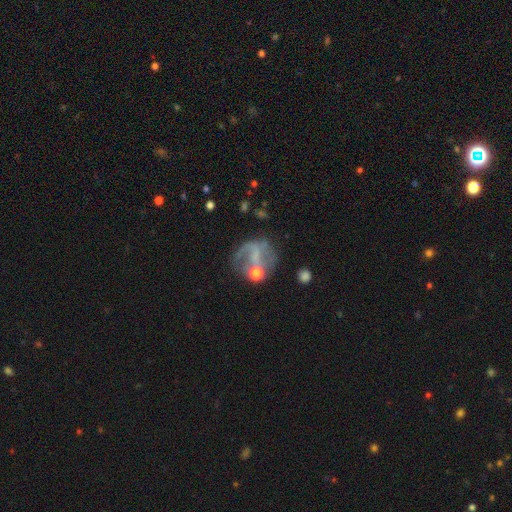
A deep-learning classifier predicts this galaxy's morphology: Overall: featured or disk (51%; smooth 34%). Edge-on disk: no (97%). Merging: none (38%; major disturbance 31%).